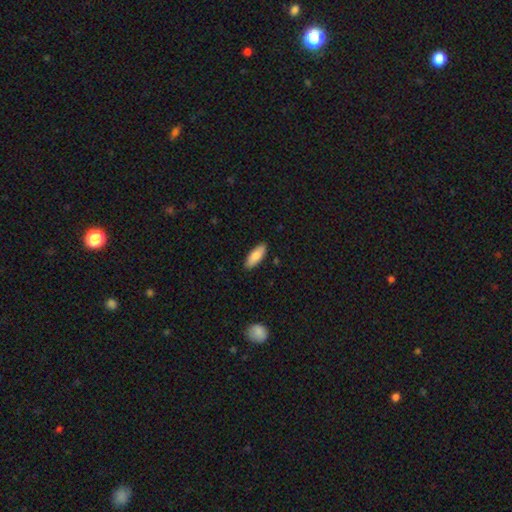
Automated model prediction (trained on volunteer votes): A smooth galaxy with no disk features (87%) that is in between round and cigar-shaped (75%). Merging: none (88%).